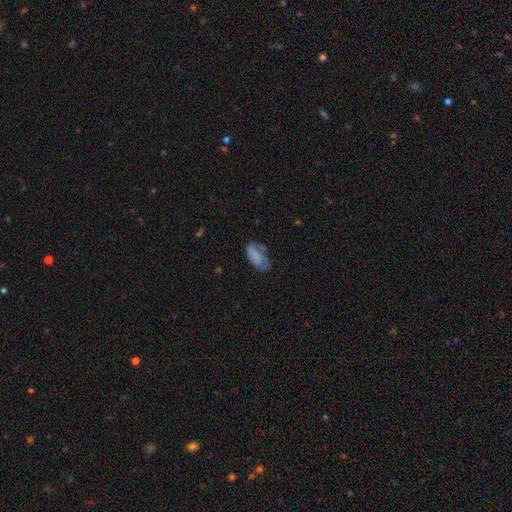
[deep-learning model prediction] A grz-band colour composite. It shows a smooth galaxy with no disk features (66%) that is in between round and cigar-shaped (88%). Merging: none (40%).